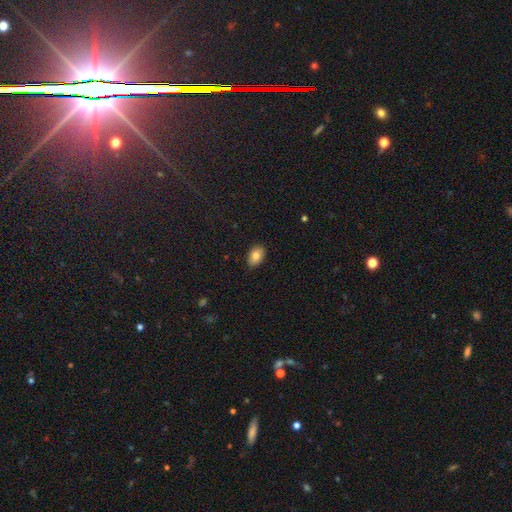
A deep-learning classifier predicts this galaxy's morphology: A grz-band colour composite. It shows a smooth galaxy with no disk features (84%) that is in between round and cigar-shaped (88%). Merging: none (86%).